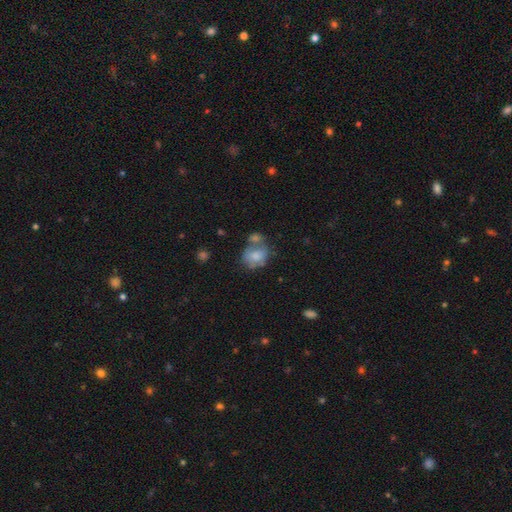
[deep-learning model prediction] smooth-or-featured: smooth: 69% | featured or disk: 23% | star or artifact: 8%
  how-rounded: round: 53% | in between: 46% | cigar-shaped: 1%
  merging: merger: 36% | none: 33% | minor disturbance: 19% | major disturbance: 11%